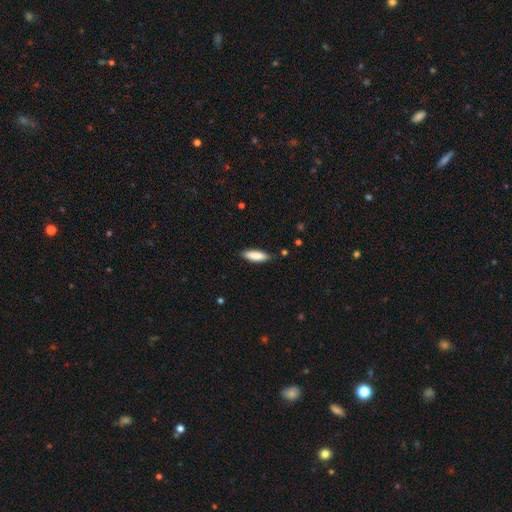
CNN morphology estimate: The model was most divided on "how rounded": in between: 52%, cigar-shaped: 46%, round: 1%. More confident: smooth or featured — smooth (87%); merging — none (86%).